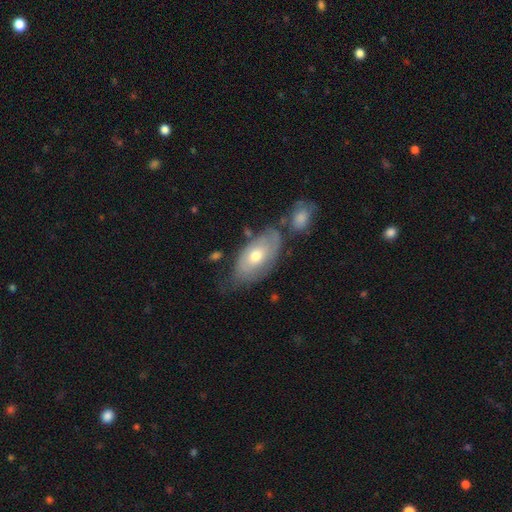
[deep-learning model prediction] The model was most divided on "smooth or featured": smooth: 52%, featured or disk: 42%, star or artifact: 6%. More confident: how rounded — in between (92%); merging — none (53%).